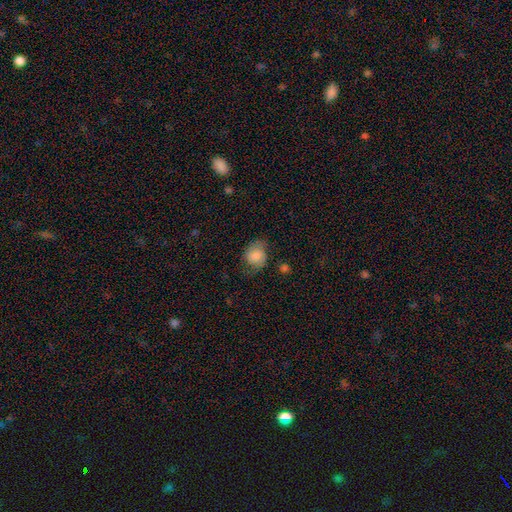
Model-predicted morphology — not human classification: Smooth or featured: smooth — 71% (featured or disk — 21%)
How rounded: round — 54% (in between — 45%)
Merging: none — 58% (minor disturbance — 28%)